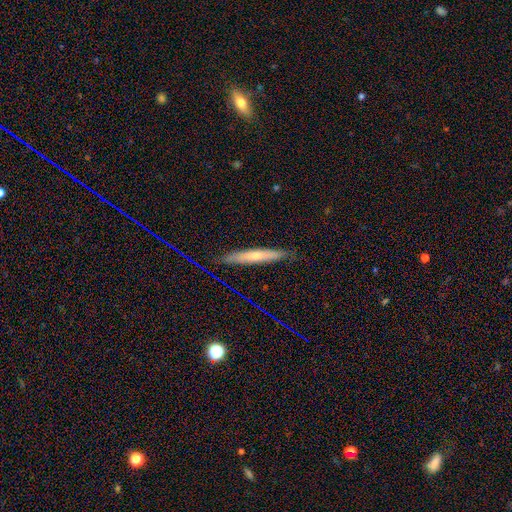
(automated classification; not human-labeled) Smooth or featured?
  - featured or disk: 48% *
  - smooth: 43%
  - star or artifact: 9%
Merging?
  - none: 82% *
  - minor disturbance: 14%
  - major disturbance: 3%
  - merger: 1%